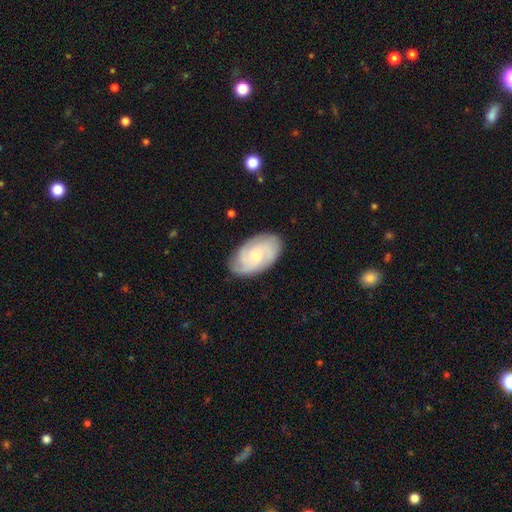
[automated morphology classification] type=featured or disk (69%); edge-on=no (96%); bar=no (77%); spiral arms=yes (94%); winding=tight (62%); arm count=3 (30%); bulge=small (68%); merging=none (81%).